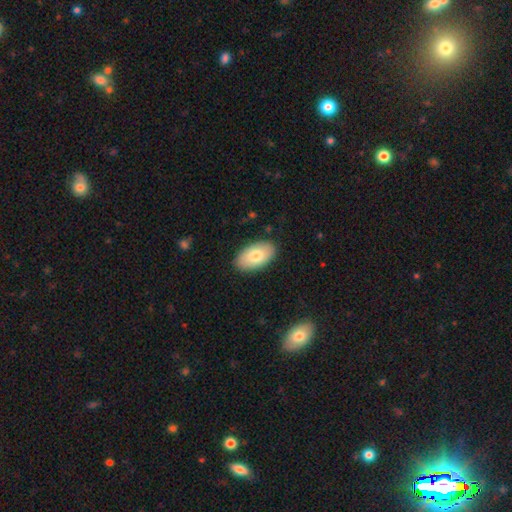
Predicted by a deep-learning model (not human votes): A smooth galaxy with no disk features (79%) that is in between round and cigar-shaped (95%).

Vote fractions:
- Smooth or featured? smooth: 79% / featured or disk: 15% / star or artifact: 6%
- How rounded? in between: 95% / round: 3% / cigar-shaped: 1%
- Merging? none: 88% / minor disturbance: 9% / major disturbance: 2% / merger: 1%